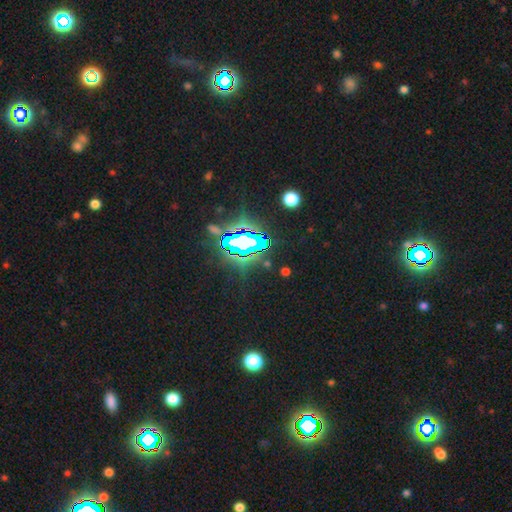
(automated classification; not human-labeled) Overall: star or artifact (82%).